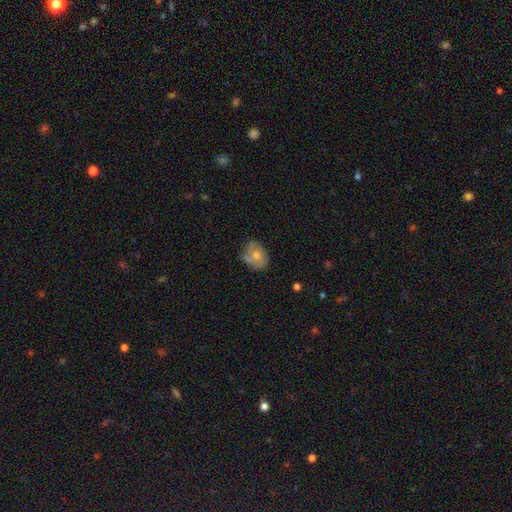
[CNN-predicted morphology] Q: Smooth or featured?
A: smooth (59%); runner-up: featured or disk (33%)
Q: How rounded?
A: in between (63%); runner-up: round (36%)
Q: Merging?
A: none (55%); runner-up: minor disturbance (30%)